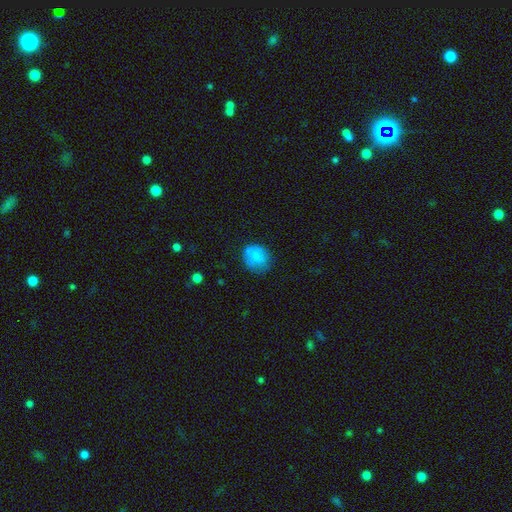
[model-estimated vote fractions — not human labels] A smooth galaxy with no disk features (73%) that is round (69%).

Vote fractions:
- Smooth or featured? smooth: 73% / featured or disk: 18% / star or artifact: 9%
- How rounded? round: 69% / in between: 30% / cigar-shaped: 1%
- Merging? none: 63% / minor disturbance: 23% / major disturbance: 9% / merger: 5%